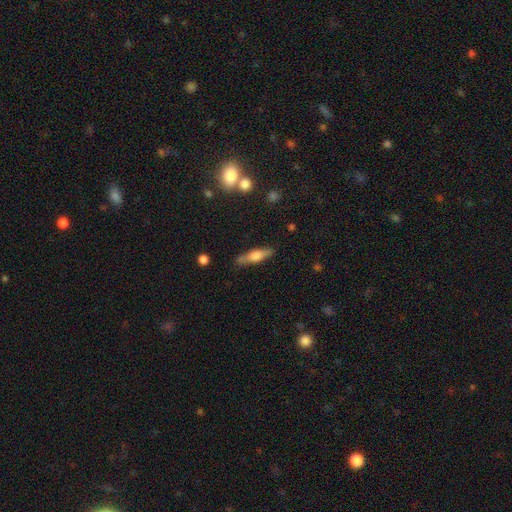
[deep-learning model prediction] Smooth or featured? smooth (47%)
Merging? none (84%)